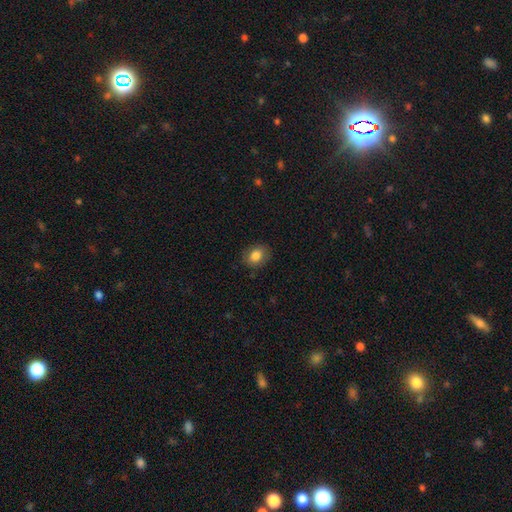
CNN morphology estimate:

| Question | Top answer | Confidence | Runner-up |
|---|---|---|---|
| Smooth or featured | smooth | 83% | star or artifact (9%) |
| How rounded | in between | 56% | round (43%) |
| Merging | none | 85% | minor disturbance (11%) |